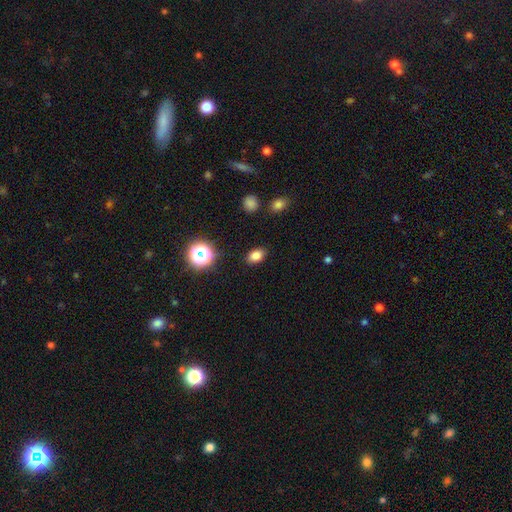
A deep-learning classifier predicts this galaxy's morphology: This appears to be a smooth galaxy with no disk features (80%) that is in between round and cigar-shaped (77%). Merging: none (87%).